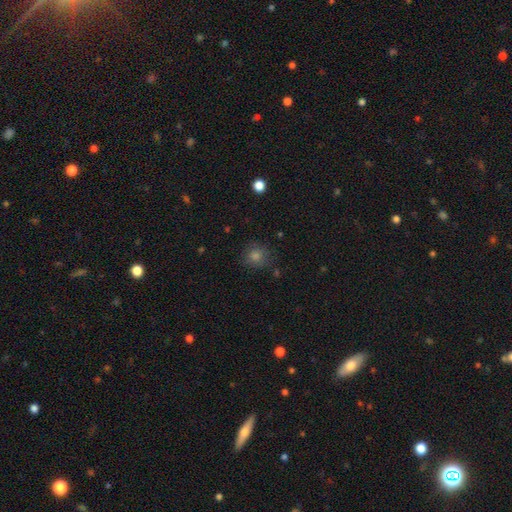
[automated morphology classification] A smooth galaxy with no disk features (72%) that is round (89%). Merging: none (84%).